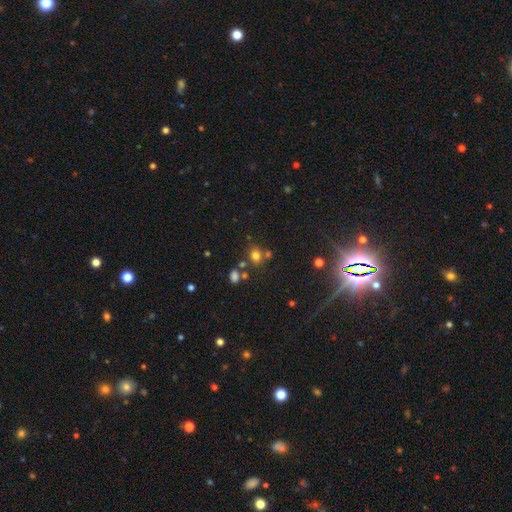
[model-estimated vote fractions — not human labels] smooth-or-featured: smooth: 72% | star or artifact: 20% | featured or disk: 9%
  how-rounded: round: 70% | in between: 29% | cigar-shaped: 1%
  merging: none: 67% | merger: 16% | minor disturbance: 12% | major disturbance: 4%